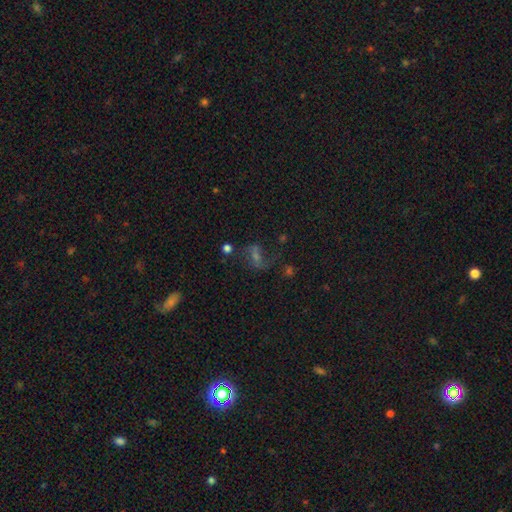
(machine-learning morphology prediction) The model was most divided on "smooth or featured": featured or disk: 47%, star or artifact: 29%, smooth: 24%. More confident: merging — none (55%).